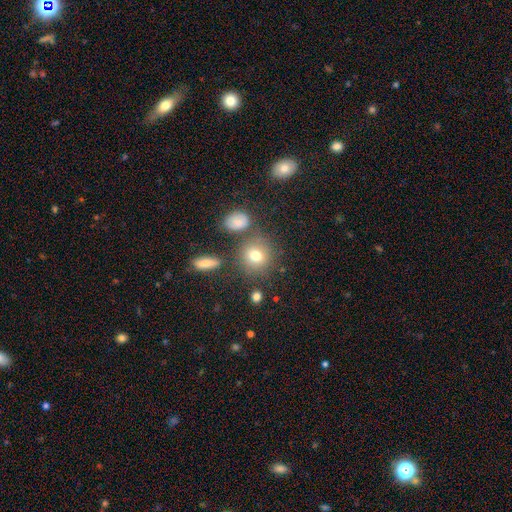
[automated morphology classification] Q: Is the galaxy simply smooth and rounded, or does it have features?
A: smooth — 74%.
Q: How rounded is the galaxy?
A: round — 86%.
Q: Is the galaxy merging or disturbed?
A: none — 75%.